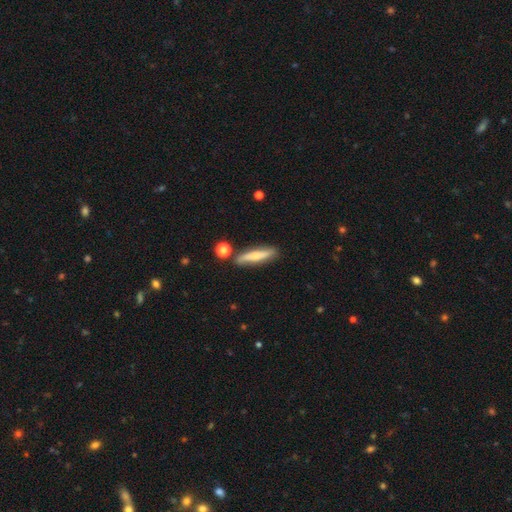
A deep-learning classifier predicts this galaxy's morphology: type=smooth (53%); roundness=cigar-shaped (79%); merging=none (80%).